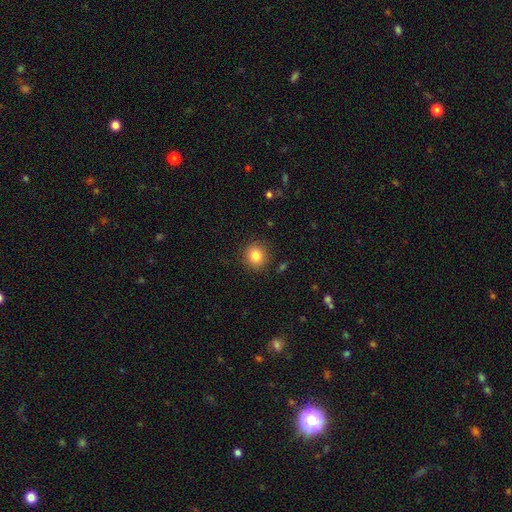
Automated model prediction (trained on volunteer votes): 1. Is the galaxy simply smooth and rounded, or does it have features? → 84% smooth, 10% star or artifact, 6% featured or disk.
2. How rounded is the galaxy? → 88% round, 11% in between, 1% cigar-shaped.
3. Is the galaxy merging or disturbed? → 89% none, 7% minor disturbance, 2% major disturbance, 1% merger.